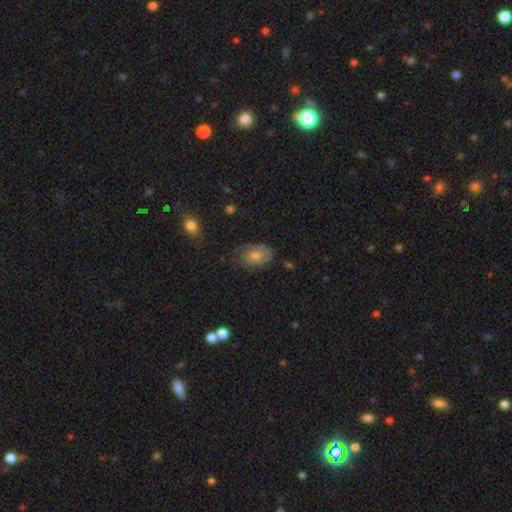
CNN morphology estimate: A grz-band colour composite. It shows a smooth galaxy with no disk features (45%, tied with featured or disk). Merging: none (58%).